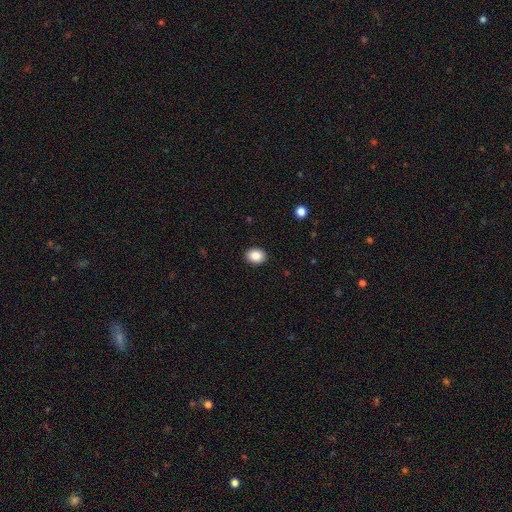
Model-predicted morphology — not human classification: A smooth galaxy with no disk features (88%) that is in between round and cigar-shaped (55%).

Vote fractions:
- Smooth or featured? smooth: 88% / star or artifact: 9% / featured or disk: 4%
- How rounded? in between: 55% / round: 44% / cigar-shaped: 1%
- Merging? none: 91% / minor disturbance: 6% / major disturbance: 2% / merger: 1%